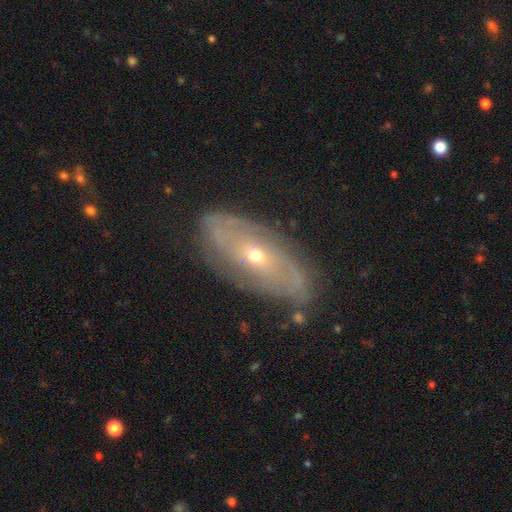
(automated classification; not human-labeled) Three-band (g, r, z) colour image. It shows a featured or disk galaxy (75%) with no bar (71%), 2 (44%) tight (55%) spiral arms (79%) and a small central bulge (60%). Merging: none (73%).